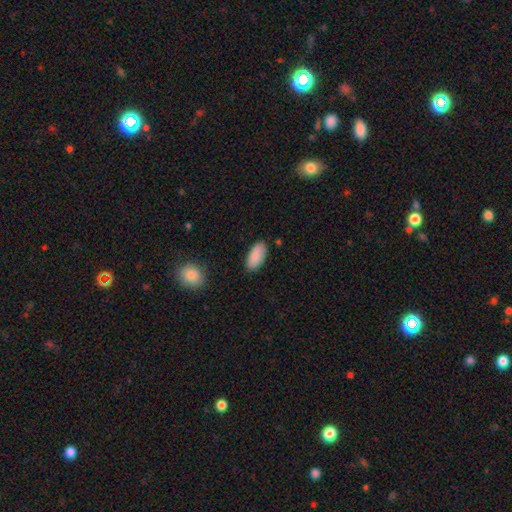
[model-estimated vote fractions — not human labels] This appears to be a smooth galaxy with no disk features (88%) that is in between round and cigar-shaped (89%). Merging: none (85%).